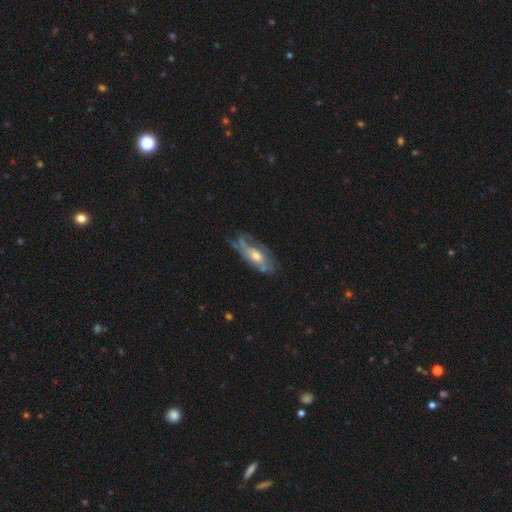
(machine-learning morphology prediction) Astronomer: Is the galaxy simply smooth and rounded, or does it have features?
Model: featured or disk — 69%.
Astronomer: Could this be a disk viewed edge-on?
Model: no — 85%.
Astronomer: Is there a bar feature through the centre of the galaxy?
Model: no — 71%.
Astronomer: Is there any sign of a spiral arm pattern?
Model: yes — 71%.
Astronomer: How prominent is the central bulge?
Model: moderate — 66%.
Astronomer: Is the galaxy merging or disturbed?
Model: none — 48% (runner-up: minor disturbance, 29%).